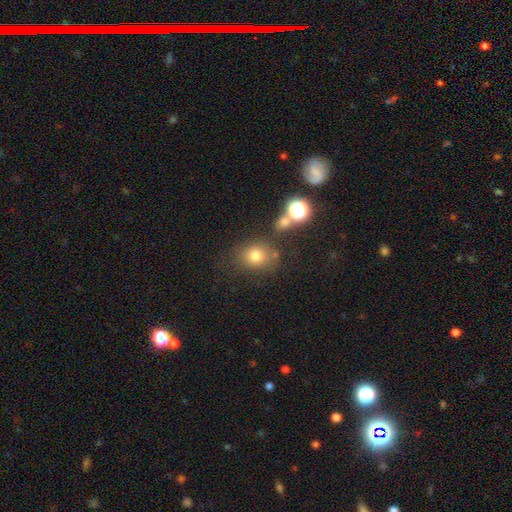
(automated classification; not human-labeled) Smooth or featured? smooth (74%)
How rounded? round (61%)
Merging? none (69%)